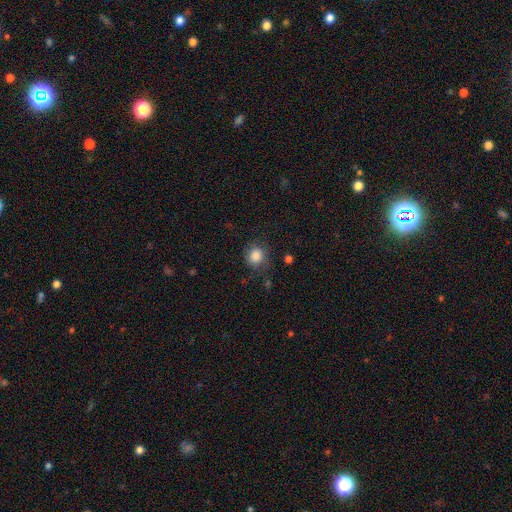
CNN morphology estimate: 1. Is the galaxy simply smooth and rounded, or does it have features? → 85% smooth, 9% star or artifact, 6% featured or disk.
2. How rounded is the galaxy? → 79% round, 20% in between, 1% cigar-shaped.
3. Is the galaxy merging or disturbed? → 71% none, 20% minor disturbance, 7% major disturbance, 2% merger.